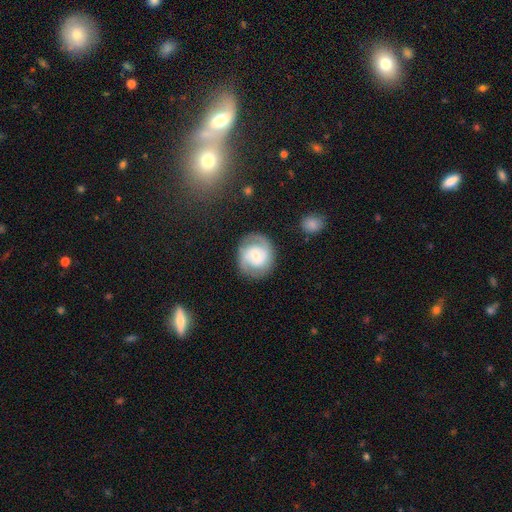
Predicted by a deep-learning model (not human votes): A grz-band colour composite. It shows a featured or disk galaxy (72%) with a weak bar (47%), 2 (74%) tight (48%) spiral arms (91%) and a small central bulge (55%). Merging: none (76%).